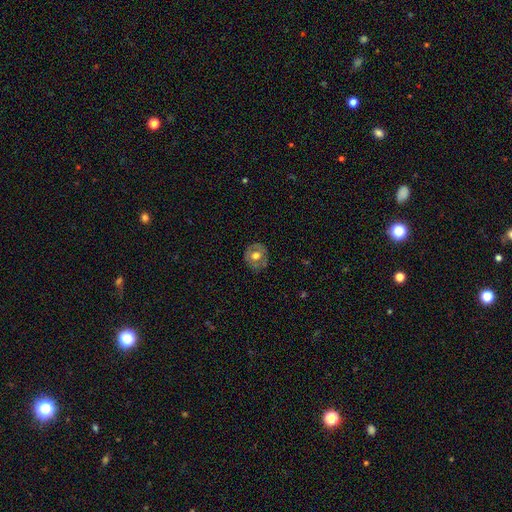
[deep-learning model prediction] smooth_or_featured: smooth (p=0.50) [alt: featured or disk p=0.42]
how_rounded: round (p=0.85) [alt: in between p=0.14]
merging: none (p=0.82) [alt: minor disturbance p=0.13]